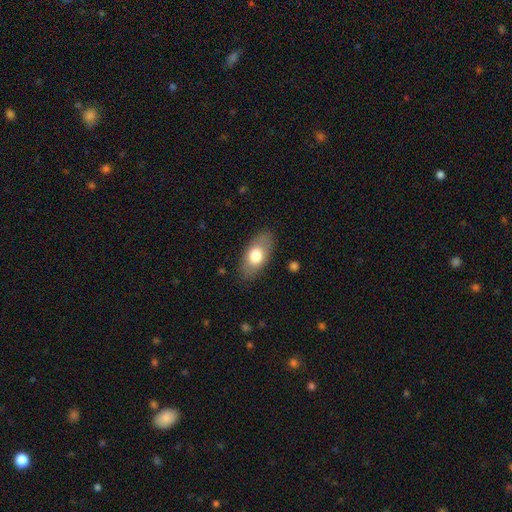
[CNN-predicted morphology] A smooth galaxy with no disk features (72%) that is in between round and cigar-shaped (89%). Merging: none (83%).